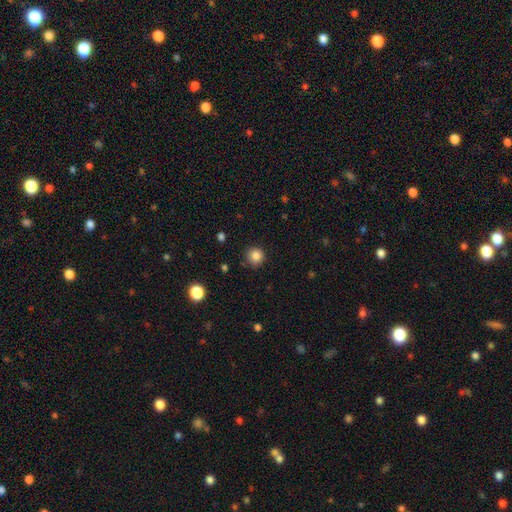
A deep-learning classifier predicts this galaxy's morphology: Smooth or featured: smooth — 85% (star or artifact — 11%)
How rounded: round — 93% (in between — 6%)
Merging: none — 87% (minor disturbance — 9%)